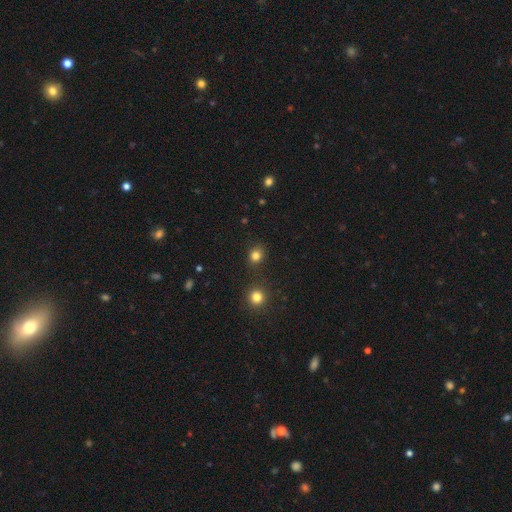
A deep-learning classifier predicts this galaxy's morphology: A smooth galaxy with no disk features (80%) that is round (74%). Merging: none (83%).